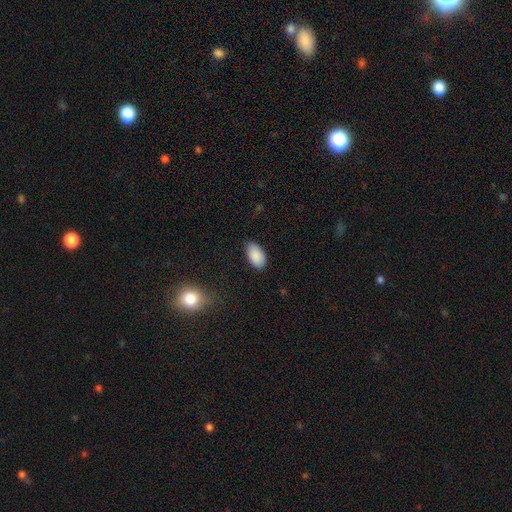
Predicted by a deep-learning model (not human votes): Smooth or featured?
  - smooth: 89% *
  - star or artifact: 7%
  - featured or disk: 4%
How rounded?
  - in between: 95% *
  - round: 4%
  - cigar-shaped: 1%
Merging?
  - none: 80% *
  - minor disturbance: 16%
  - major disturbance: 3%
  - merger: 1%